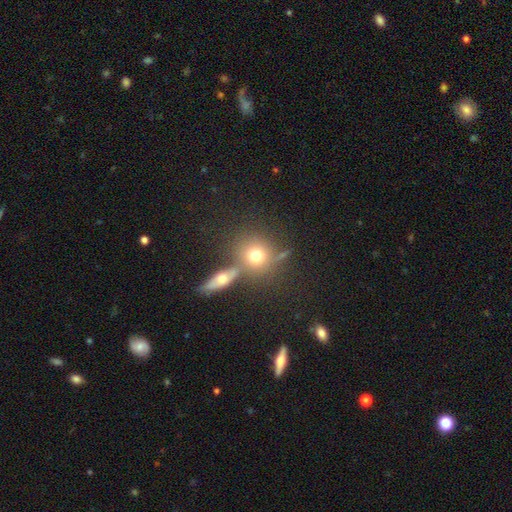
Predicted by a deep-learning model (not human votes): A smooth galaxy with no disk features (70%) that is round (82%).

Vote fractions:
- Smooth or featured? smooth: 70% / featured or disk: 17% / star or artifact: 13%
- How rounded? round: 82% / in between: 15% / cigar-shaped: 2%
- Merging? none: 60% / merger: 25% / minor disturbance: 10% / major disturbance: 5%